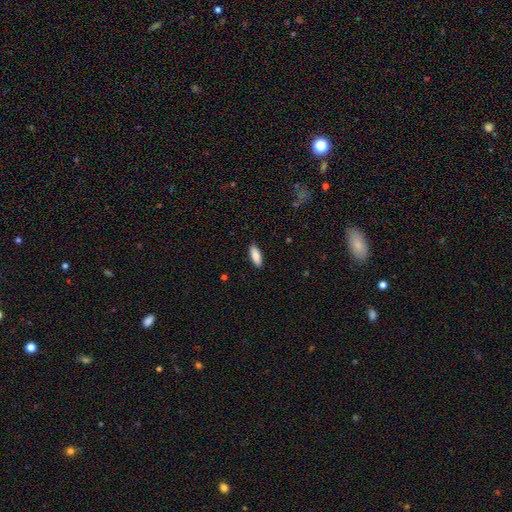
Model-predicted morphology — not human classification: This is clearly a smooth galaxy (86%). How rounded: likely in between (70%). Merging: clearly none (89%).